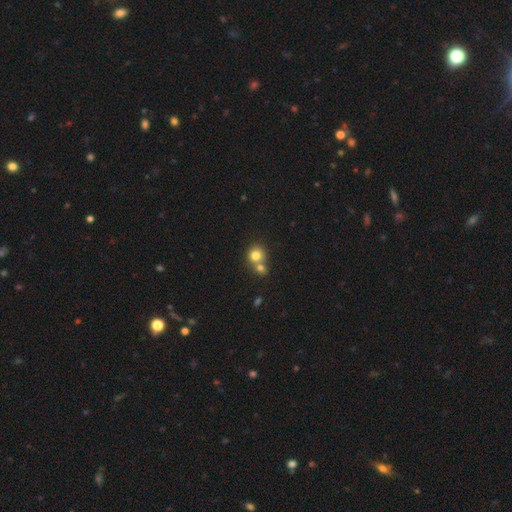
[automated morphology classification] smooth_or_featured: smooth (p=0.79) [alt: star or artifact p=0.11]
how_rounded: round (p=0.83) [alt: in between p=0.16]
merging: merger (p=0.50) [alt: none p=0.41]